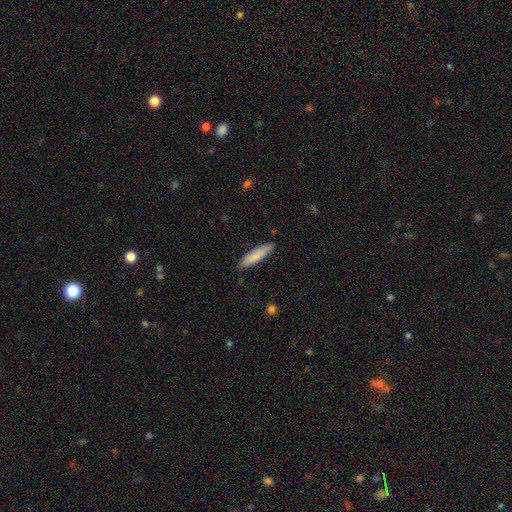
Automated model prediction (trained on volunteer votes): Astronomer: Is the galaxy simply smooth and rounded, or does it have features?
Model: smooth — 84%.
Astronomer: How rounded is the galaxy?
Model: cigar-shaped — 82%.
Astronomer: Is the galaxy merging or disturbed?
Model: none — 88%.